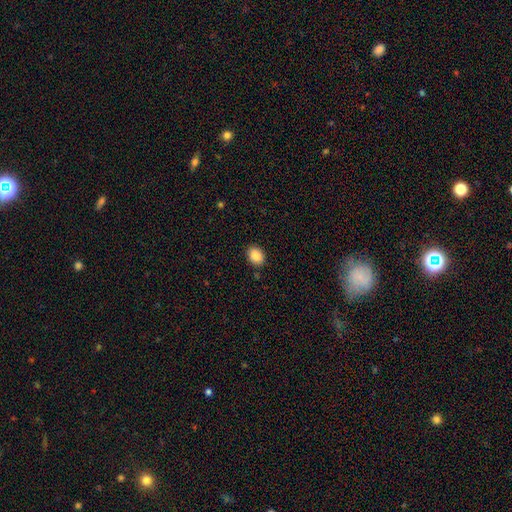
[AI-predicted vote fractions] Smooth or featured?
  - smooth: 88% *
  - star or artifact: 8%
  - featured or disk: 3%
How rounded?
  - in between: 61% *
  - round: 38%
  - cigar-shaped: 1%
Merging?
  - none: 88% *
  - minor disturbance: 9%
  - major disturbance: 2%
  - merger: 1%